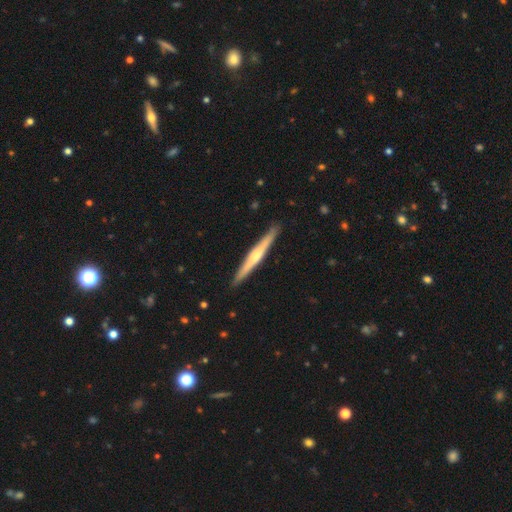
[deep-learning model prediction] Smooth or featured? featured or disk (63%)
Edge-on disk? yes (98%)
Edge-on bulge? rounded (66%)
Merging? none (92%)